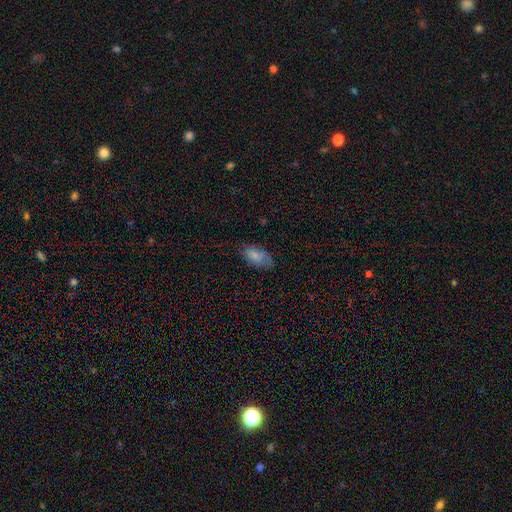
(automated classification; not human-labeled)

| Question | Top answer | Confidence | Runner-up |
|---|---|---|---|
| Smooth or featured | smooth | 80% | featured or disk (12%) |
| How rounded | in between | 93% | cigar-shaped (4%) |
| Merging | none | 65% | minor disturbance (26%) |